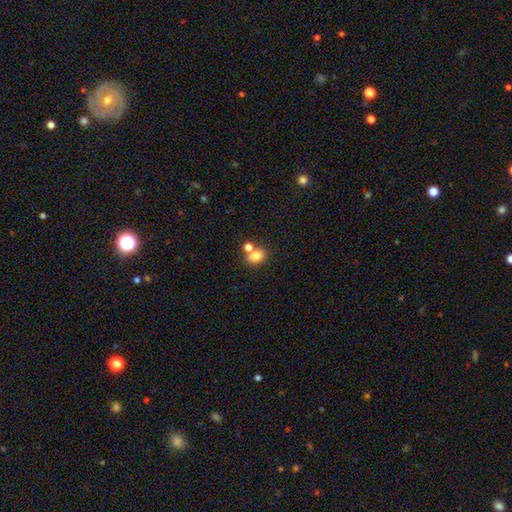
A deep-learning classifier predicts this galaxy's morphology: Smooth or featured?
  - smooth: 80% *
  - star or artifact: 12%
  - featured or disk: 9%
How rounded?
  - in between: 58% *
  - round: 41%
  - cigar-shaped: 1%
Merging?
  - none: 54% *
  - merger: 31%
  - minor disturbance: 10%
  - major disturbance: 4%